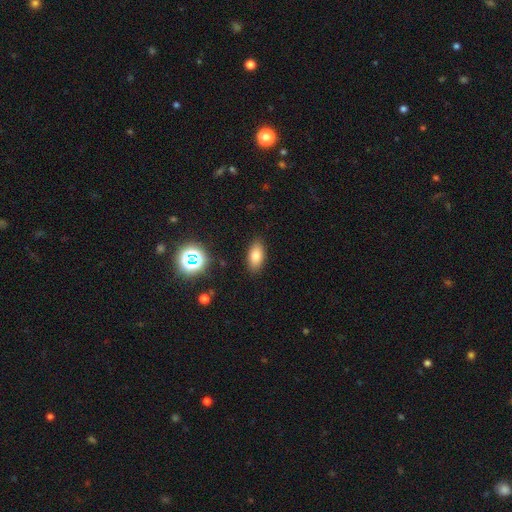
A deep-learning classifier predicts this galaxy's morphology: A smooth galaxy with no disk features (78%) that is in between round and cigar-shaped (88%).

Vote fractions:
- Smooth or featured? smooth: 78% / star or artifact: 12% / featured or disk: 10%
- How rounded? in between: 88% / cigar-shaped: 7% / round: 5%
- Merging? none: 88% / minor disturbance: 9% / major disturbance: 2% / merger: 1%